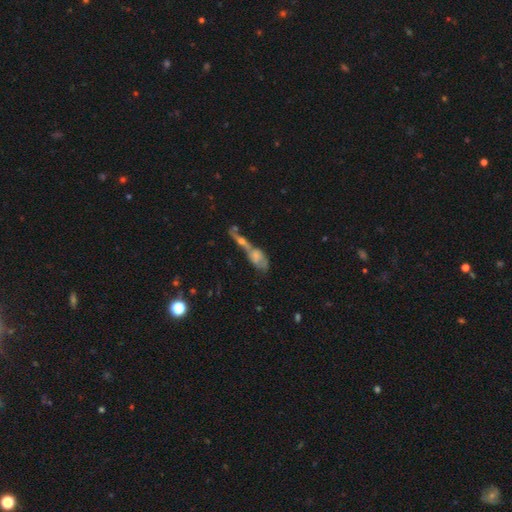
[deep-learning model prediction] A featured or disk galaxy (45%). Merging: merger (71%).